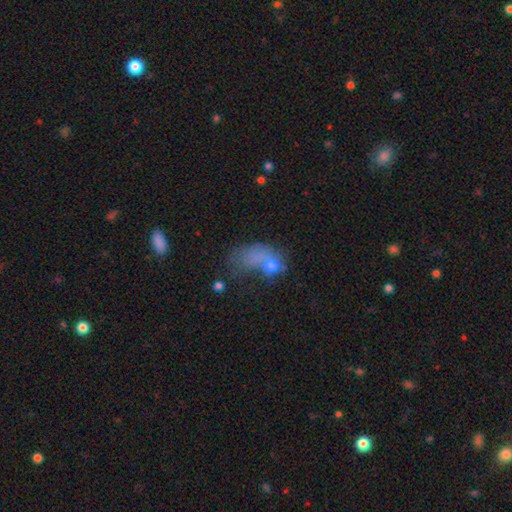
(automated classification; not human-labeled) Morphology: type=smooth (59%); roundness=in between (76%); merging=major disturbance (48%).